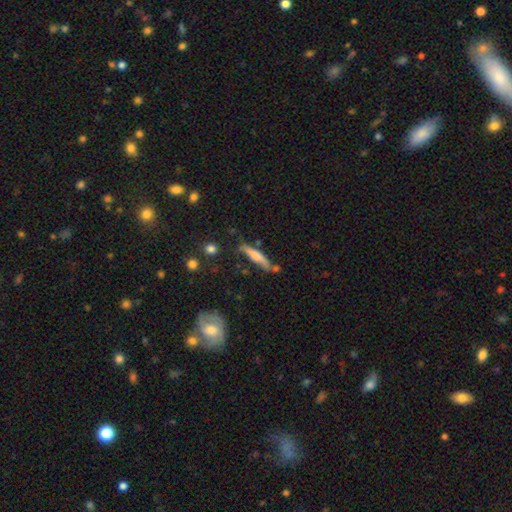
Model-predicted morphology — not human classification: type=smooth (61%); roundness=cigar-shaped (85%); merging=none (61%).